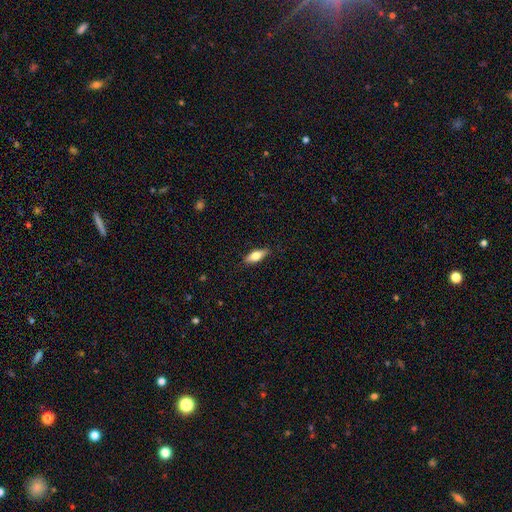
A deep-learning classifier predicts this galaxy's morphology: The model was most divided on "smooth or featured": smooth: 65%, featured or disk: 28%, star or artifact: 6%. More confident: merging — none (86%); how rounded — in between (67%).